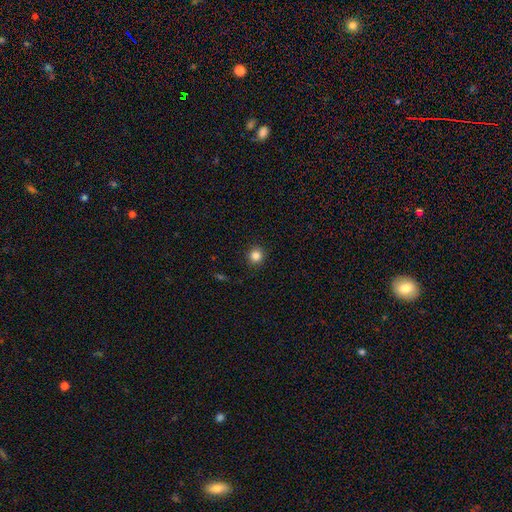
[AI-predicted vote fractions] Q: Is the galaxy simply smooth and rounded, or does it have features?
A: smooth — 84%.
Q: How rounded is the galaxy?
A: round — 94%.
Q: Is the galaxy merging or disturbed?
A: none — 92%.